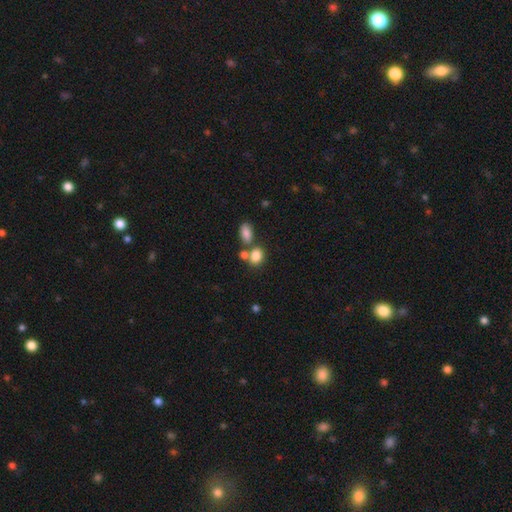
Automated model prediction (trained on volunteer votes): Q: Smooth or featured?
A: smooth (83%); runner-up: star or artifact (10%)
Q: How rounded?
A: in between (60%); runner-up: round (39%)
Q: Merging?
A: none (47%); runner-up: merger (38%)